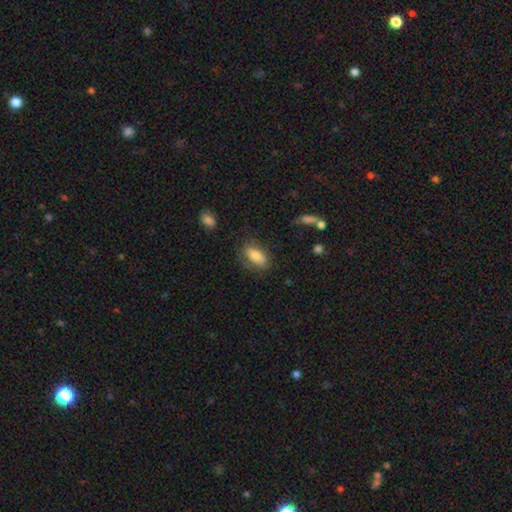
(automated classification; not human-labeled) This appears to be a smooth galaxy with no disk features (76%) that is in between round and cigar-shaped (88%). Merging: none (72%).